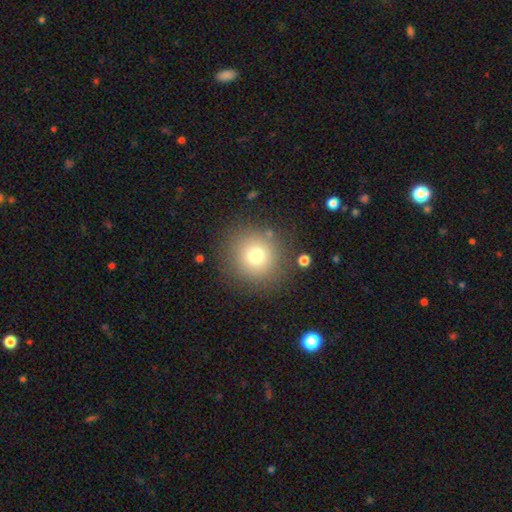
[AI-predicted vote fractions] Morphology: type=smooth (73%); roundness=round (94%); merging=none (85%).